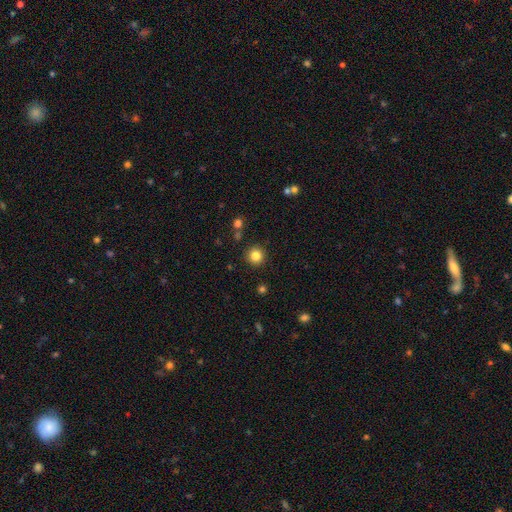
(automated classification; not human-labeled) smooth-or-featured: smooth: 83% | star or artifact: 12% | featured or disk: 5%
  how-rounded: round: 95% | in between: 4% | cigar-shaped: 1%
  merging: none: 90% | minor disturbance: 6% | merger: 2% | major disturbance: 2%